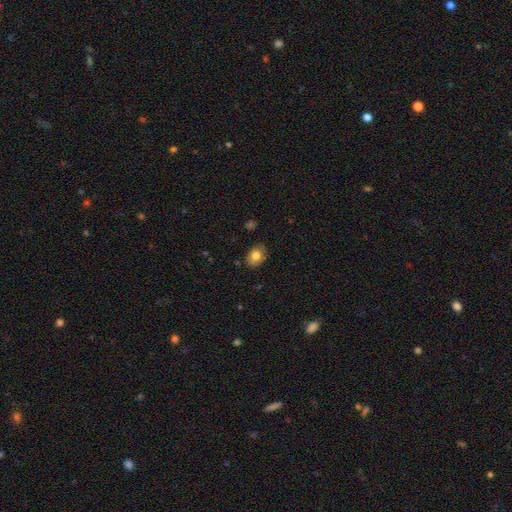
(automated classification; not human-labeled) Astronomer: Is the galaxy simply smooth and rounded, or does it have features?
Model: smooth — 77%.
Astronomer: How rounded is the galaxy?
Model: in between — 67%.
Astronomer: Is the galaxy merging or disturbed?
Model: none — 81%.